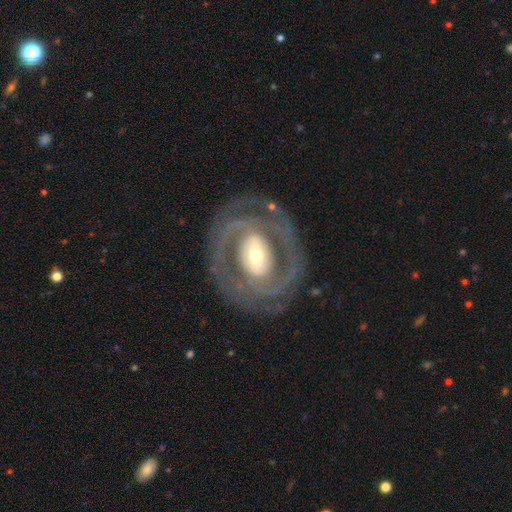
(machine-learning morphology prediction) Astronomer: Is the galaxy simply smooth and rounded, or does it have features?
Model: featured or disk — 83%.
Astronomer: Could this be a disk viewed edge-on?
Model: no — 96%.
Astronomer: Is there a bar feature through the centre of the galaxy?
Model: strong — 42% (runner-up: weak, 31%).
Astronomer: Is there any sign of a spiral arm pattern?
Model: yes — 79%.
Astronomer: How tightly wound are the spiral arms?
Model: tight — 53% (runner-up: medium, 34%).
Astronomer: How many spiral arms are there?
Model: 2 — 65%.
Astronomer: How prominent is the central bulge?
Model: moderate — 47% (runner-up: small, 35%).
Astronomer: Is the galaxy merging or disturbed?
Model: none — 75%.